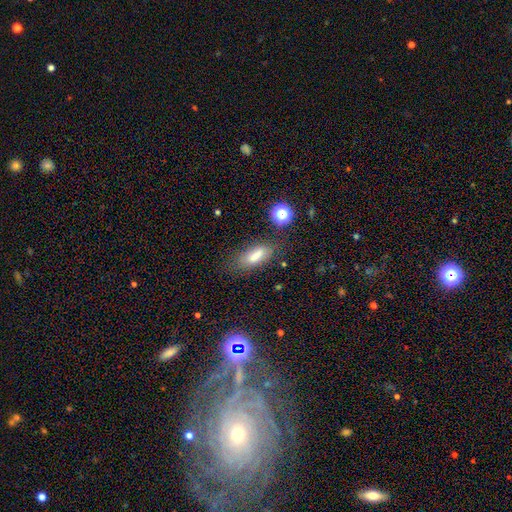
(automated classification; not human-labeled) Morphology: type=smooth (72%); roundness=in between (65%); merging=none (72%).